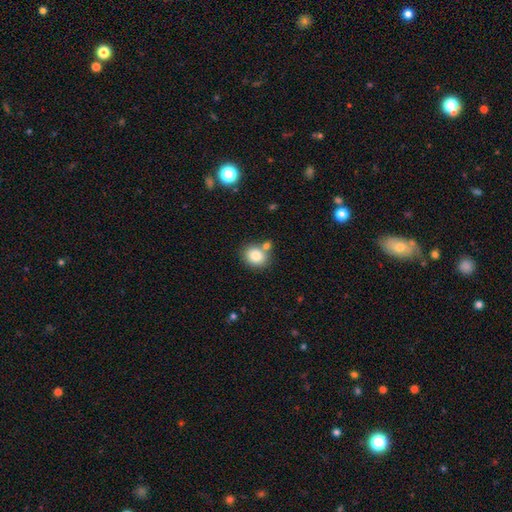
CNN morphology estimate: smooth_or_featured: smooth (p=0.84) [alt: star or artifact p=0.09]
how_rounded: round (p=0.61) [alt: in between p=0.38]
merging: none (p=0.67) [alt: merger p=0.19]